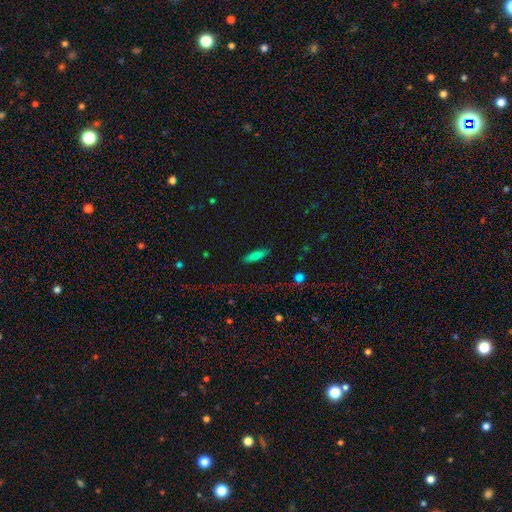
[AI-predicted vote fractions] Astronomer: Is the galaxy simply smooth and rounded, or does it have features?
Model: smooth — 79%.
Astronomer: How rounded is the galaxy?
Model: cigar-shaped — 65%.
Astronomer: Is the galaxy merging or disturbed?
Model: none — 85%.